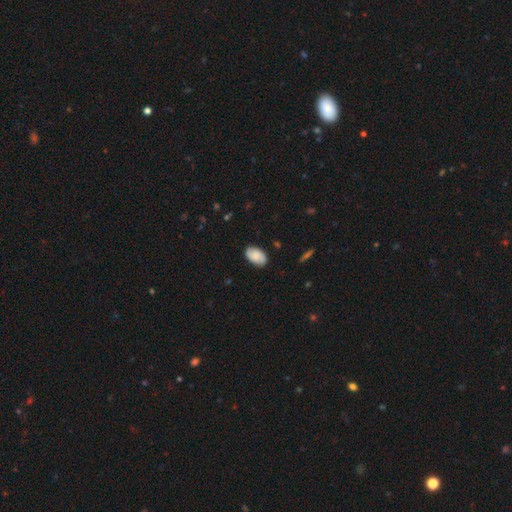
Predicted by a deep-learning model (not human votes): Smooth or featured?
  - smooth: 71% *
  - featured or disk: 22%
  - star or artifact: 7%
How rounded?
  - in between: 93% *
  - round: 6%
  - cigar-shaped: 1%
Merging?
  - none: 83% *
  - minor disturbance: 14%
  - major disturbance: 3%
  - merger: 1%